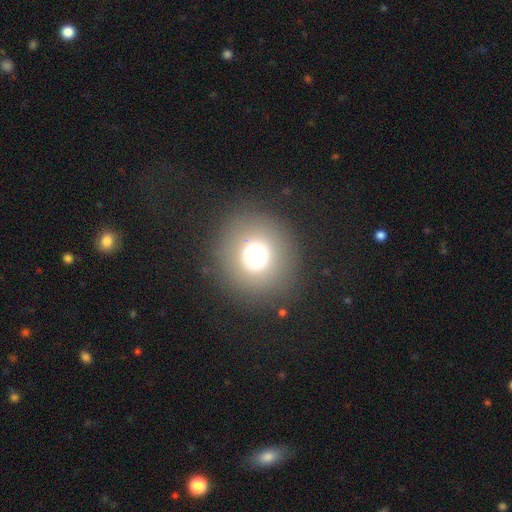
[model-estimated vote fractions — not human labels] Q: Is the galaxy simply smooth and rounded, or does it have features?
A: smooth — 70%.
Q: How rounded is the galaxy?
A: round — 93%.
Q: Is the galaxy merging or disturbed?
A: none — 87%.